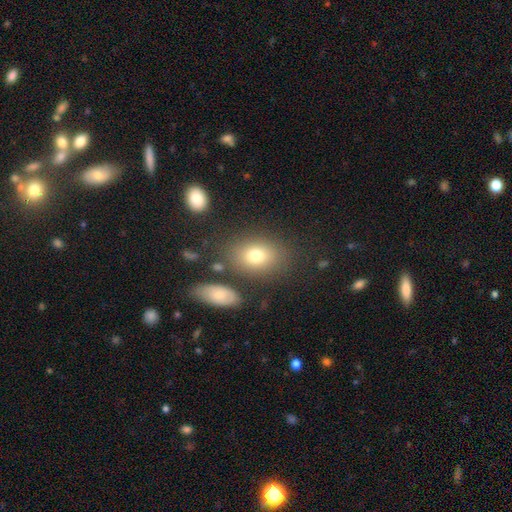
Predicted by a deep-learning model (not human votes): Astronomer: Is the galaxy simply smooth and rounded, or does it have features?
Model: smooth — 75%.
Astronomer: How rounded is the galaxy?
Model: in between — 72%.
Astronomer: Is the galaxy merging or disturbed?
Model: none — 74%.